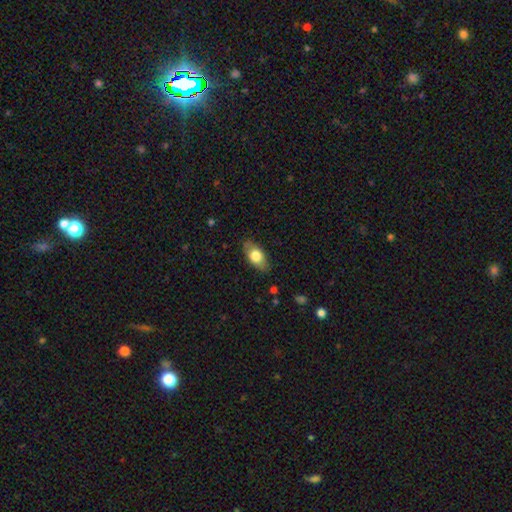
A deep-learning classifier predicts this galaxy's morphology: This appears to be a smooth galaxy with no disk features (71%) that is in between round and cigar-shaped (88%). Merging: none (79%).